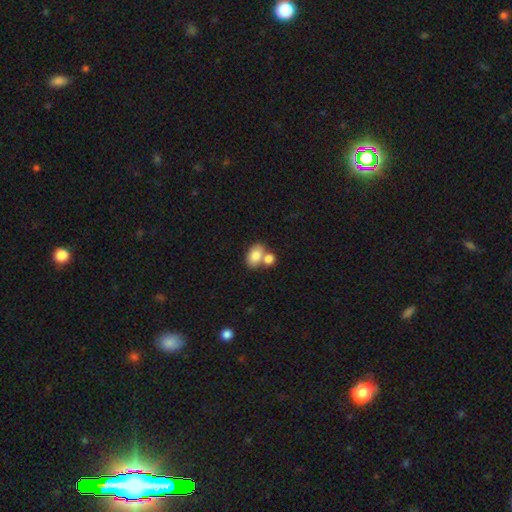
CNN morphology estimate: smooth_or_featured: smooth (p=0.81) [alt: featured or disk p=0.11]
how_rounded: in between (p=0.83) [alt: round p=0.16]
merging: none (p=0.43) [tied with: merger p=0.43]